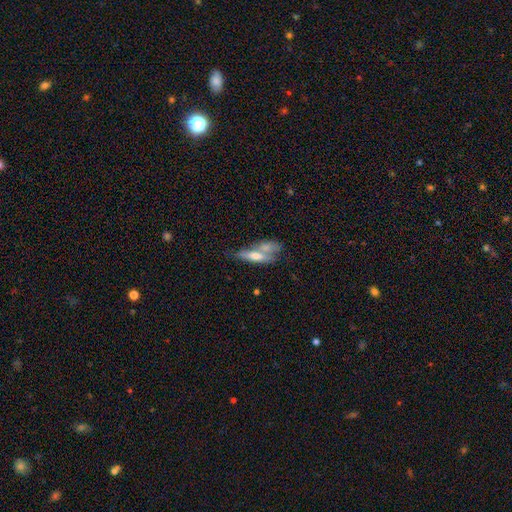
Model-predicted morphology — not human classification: Smooth or featured?
  - smooth: 57% *
  - featured or disk: 36%
  - star or artifact: 7%
How rounded?
  - cigar-shaped: 59% *
  - in between: 38%
  - round: 3%
Merging?
  - merger: 44% *
  - none: 35%
  - minor disturbance: 14%
  - major disturbance: 7%